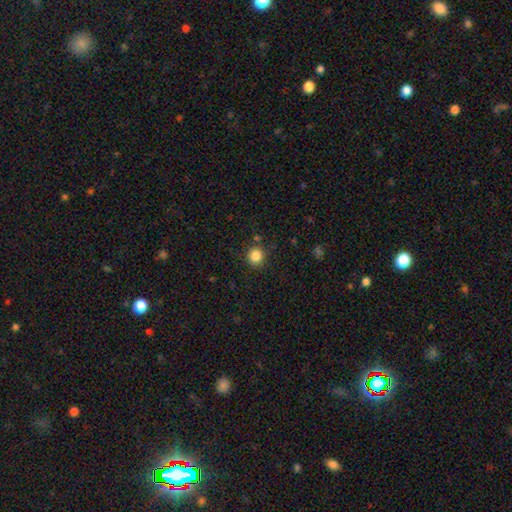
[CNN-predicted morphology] A smooth galaxy with no disk features (85%) that is round (89%). Merging: none (87%).